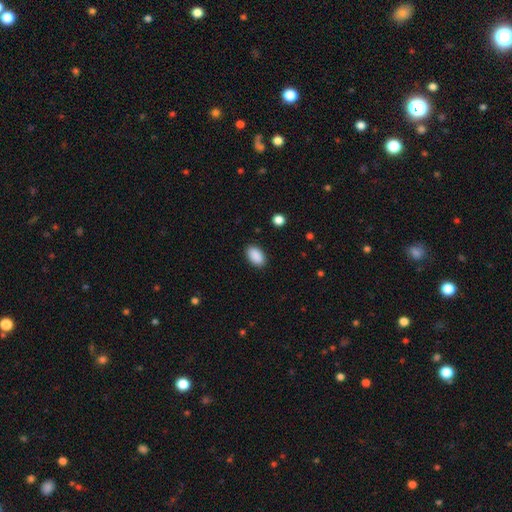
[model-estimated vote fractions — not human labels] A smooth galaxy with no disk features (91%) that is in between round and cigar-shaped (93%).

Vote fractions:
- Smooth or featured? smooth: 91% / star or artifact: 7% / featured or disk: 2%
- How rounded? in between: 93% / round: 5% / cigar-shaped: 1%
- Merging? none: 89% / minor disturbance: 8% / major disturbance: 2% / merger: 1%